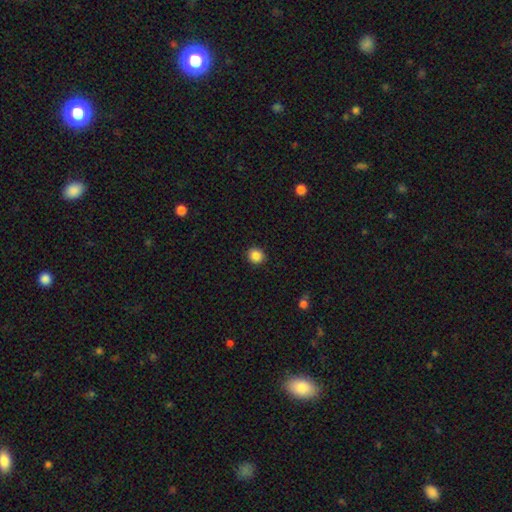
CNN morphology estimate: The model was most divided on "how rounded": round: 86%, in between: 13%, cigar-shaped: 1%. More confident: merging — none (91%); smooth or featured — smooth (87%).